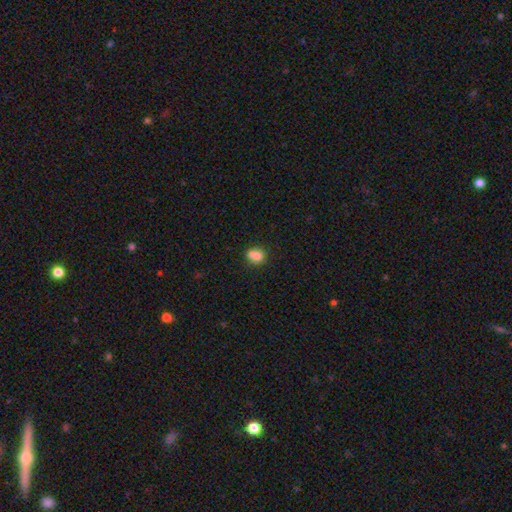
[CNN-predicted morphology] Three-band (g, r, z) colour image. It shows a smooth galaxy with no disk features (78%) that is round (63%). Merging: none (48%).